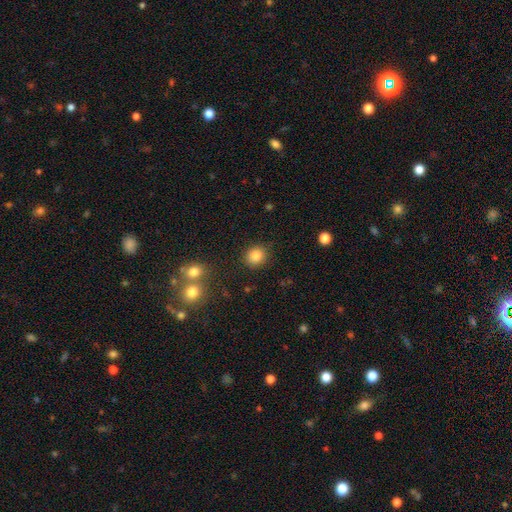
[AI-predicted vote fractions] Overall: smooth (84%). How rounded: round (84%). Merging: none (87%).